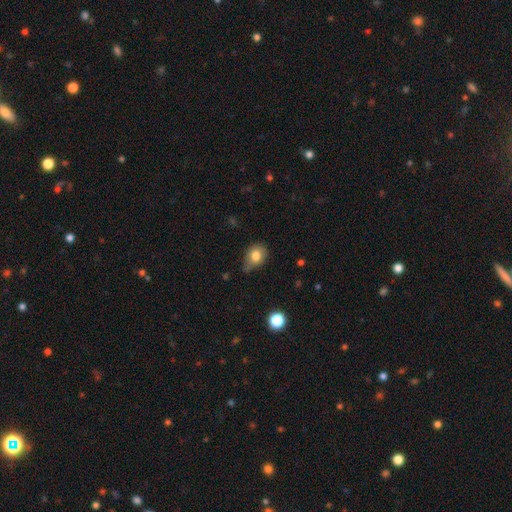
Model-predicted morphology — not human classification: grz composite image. It shows a smooth galaxy with no disk features (80%) that is in between round and cigar-shaped (50%). Merging: none (51%).